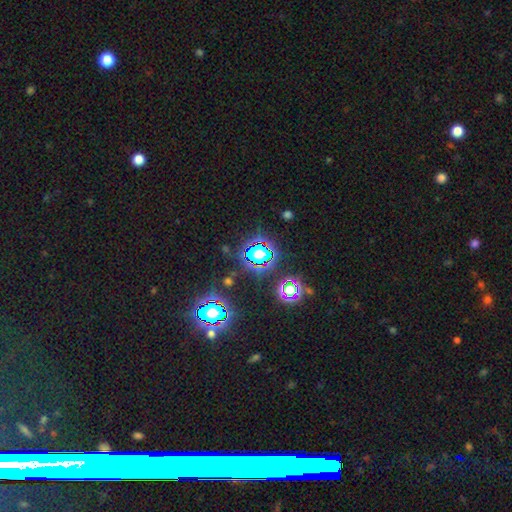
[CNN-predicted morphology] type=star or artifact (66%).